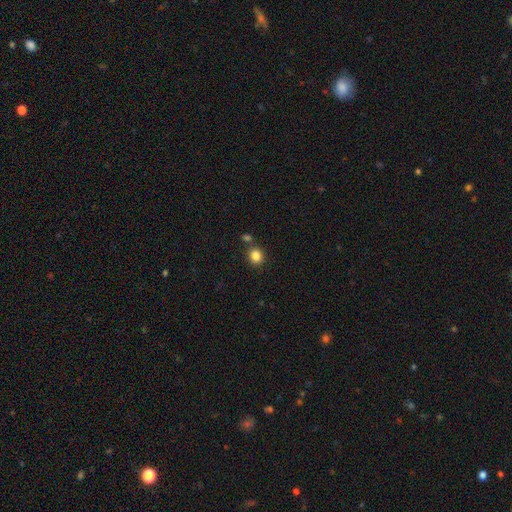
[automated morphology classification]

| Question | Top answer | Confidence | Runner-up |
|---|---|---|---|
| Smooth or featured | smooth | 84% | star or artifact (11%) |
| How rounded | round | 75% | in between (24%) |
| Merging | none | 74% | merger (13%) |